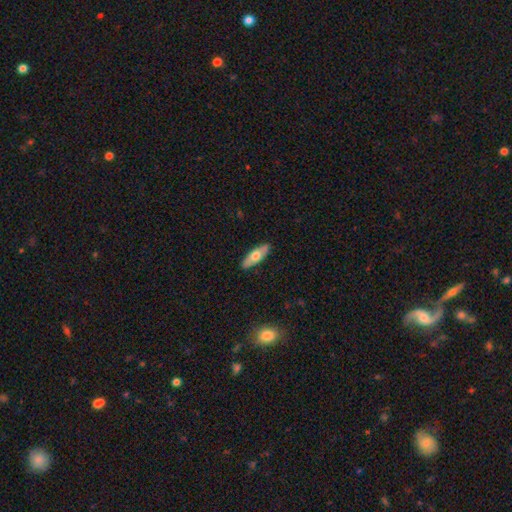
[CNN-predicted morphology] The model was most divided on "how rounded": in between: 56%, cigar-shaped: 41%, round: 2%. More confident: merging — none (89%); smooth or featured — smooth (59%).